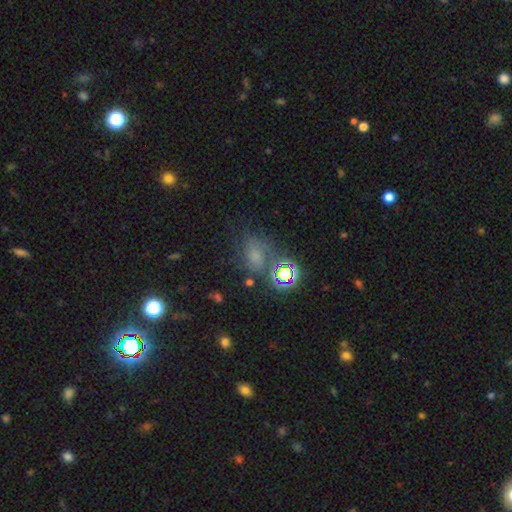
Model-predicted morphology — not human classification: Smooth or featured? smooth (42%)
Merging? none (50%)